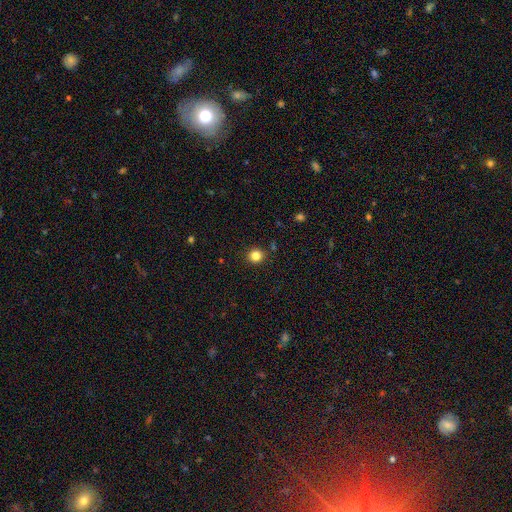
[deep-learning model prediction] This is clearly a smooth galaxy (83%). How rounded: clearly round (91%). Merging: clearly none (90%).